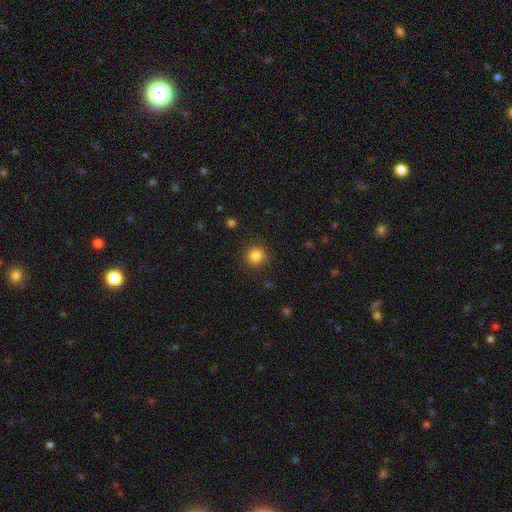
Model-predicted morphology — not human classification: type=smooth (85%); roundness=round (93%); merging=none (87%).